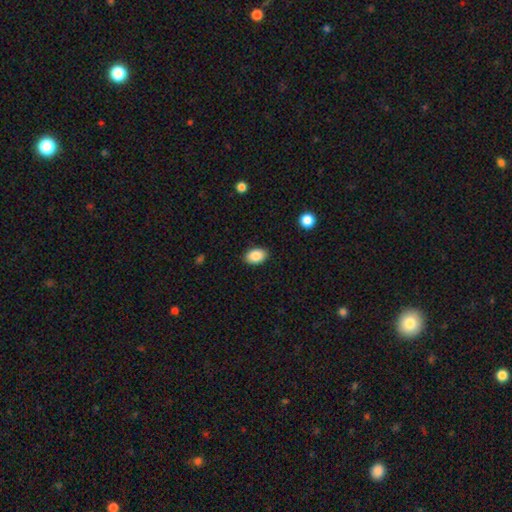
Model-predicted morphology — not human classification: smooth_or_featured: smooth (p=0.88) [alt: star or artifact p=0.08]
how_rounded: in between (p=0.86) [alt: round p=0.12]
merging: none (p=0.88) [alt: minor disturbance p=0.09]